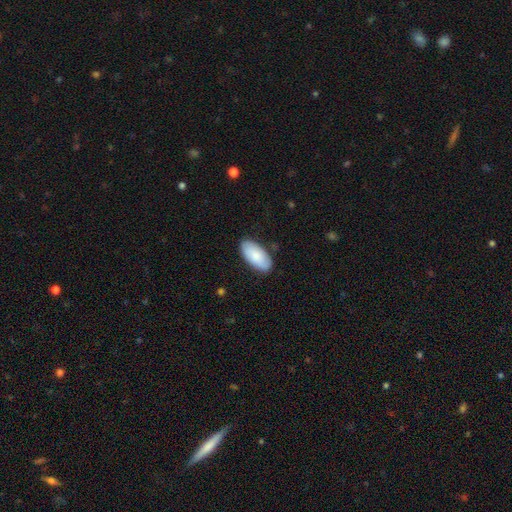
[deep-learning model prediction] A smooth galaxy with no disk features (81%) that is in between round and cigar-shaped (94%). Merging: none (84%).